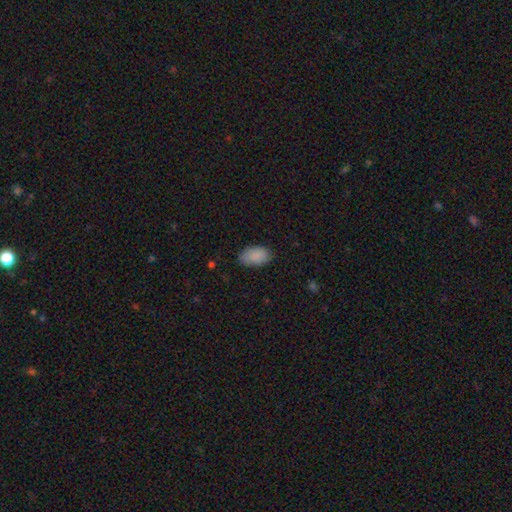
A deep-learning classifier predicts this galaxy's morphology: A smooth galaxy with no disk features (89%) that is in between round and cigar-shaped (93%).

Vote fractions:
- Smooth or featured? smooth: 89% / star or artifact: 7% / featured or disk: 4%
- How rounded? in between: 93% / round: 5% / cigar-shaped: 1%
- Merging? none: 81% / minor disturbance: 15% / major disturbance: 3% / merger: 1%